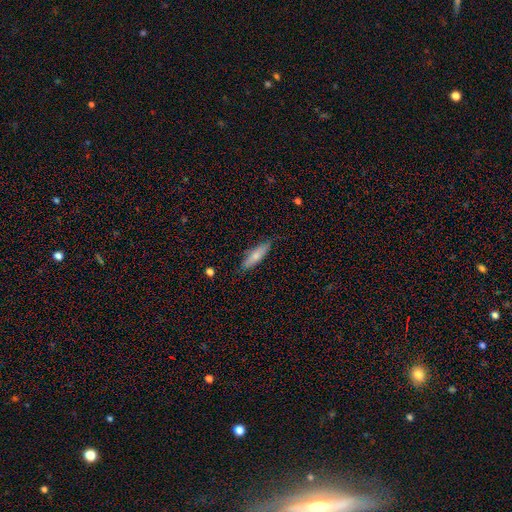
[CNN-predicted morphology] This appears to be a smooth galaxy with no disk features (72%) that is cigar-shaped (60%). Merging: none (77%).